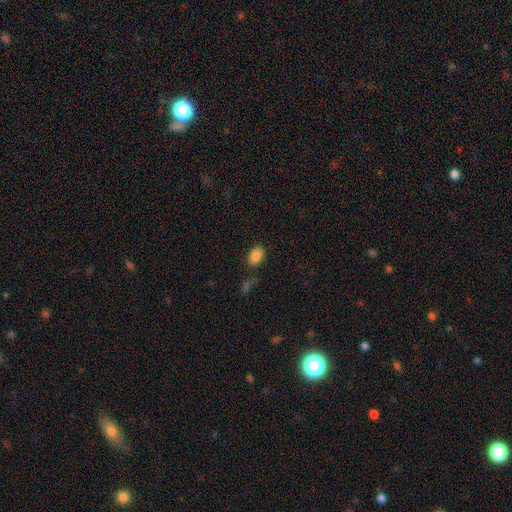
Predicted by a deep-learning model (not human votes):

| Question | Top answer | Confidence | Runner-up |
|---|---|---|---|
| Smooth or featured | smooth | 87% | star or artifact (9%) |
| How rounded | in between | 90% | round (8%) |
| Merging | none | 82% | minor disturbance (11%) |